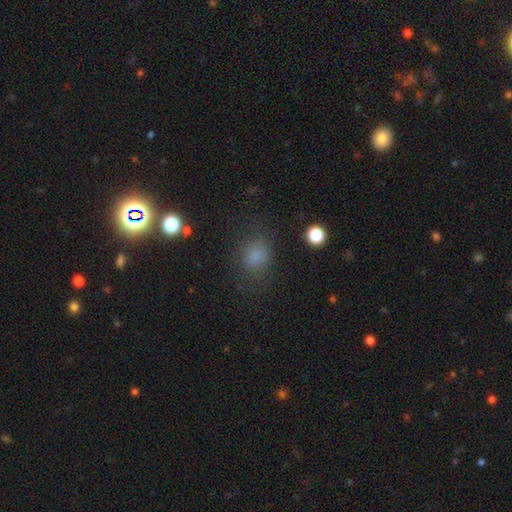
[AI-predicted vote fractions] Smooth or featured? Predicted: smooth (p=0.78). How rounded? Predicted: round (p=0.64). Merging? Predicted: none (p=0.75).